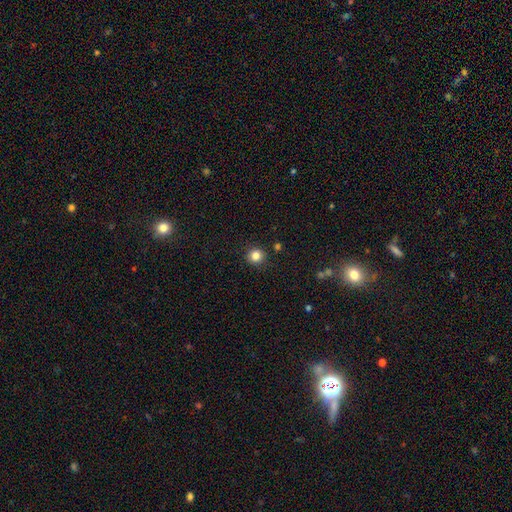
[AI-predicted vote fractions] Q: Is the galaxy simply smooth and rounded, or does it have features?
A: smooth — 83%.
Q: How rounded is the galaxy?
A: round — 92%.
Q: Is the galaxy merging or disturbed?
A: none — 90%.